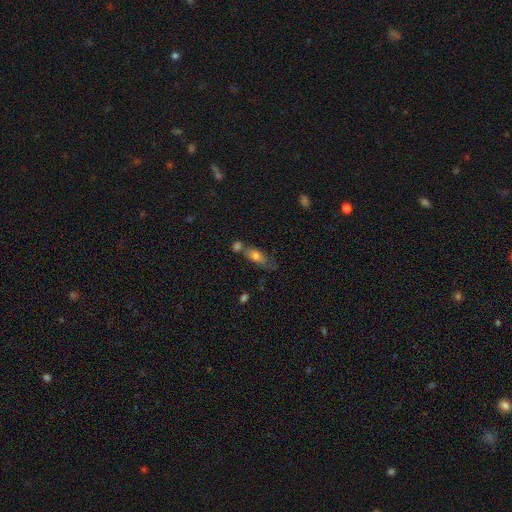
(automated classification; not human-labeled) A smooth galaxy with no disk features (70%) that is in between round and cigar-shaped (71%).

Vote fractions:
- Smooth or featured? smooth: 70% / featured or disk: 21% / star or artifact: 9%
- How rounded? in between: 71% / cigar-shaped: 24% / round: 5%
- Merging? none: 40% / merger: 32% / minor disturbance: 19% / major disturbance: 9%